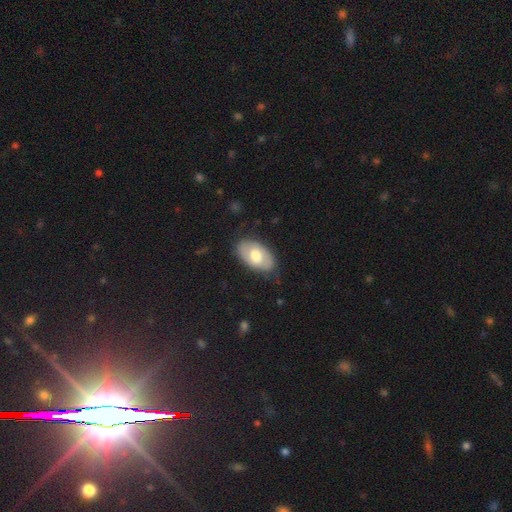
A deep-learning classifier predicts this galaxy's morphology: Overall: smooth (56%; featured or disk 39%). How rounded: in between (93%). Merging: none (75%).